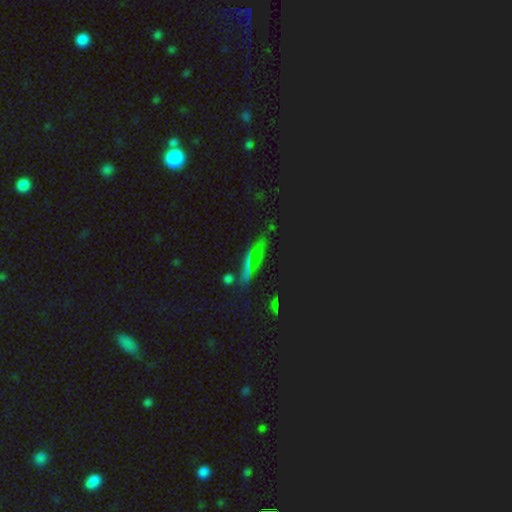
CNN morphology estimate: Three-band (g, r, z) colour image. It shows a smooth galaxy with no disk features (43%). Merging: none (64%).